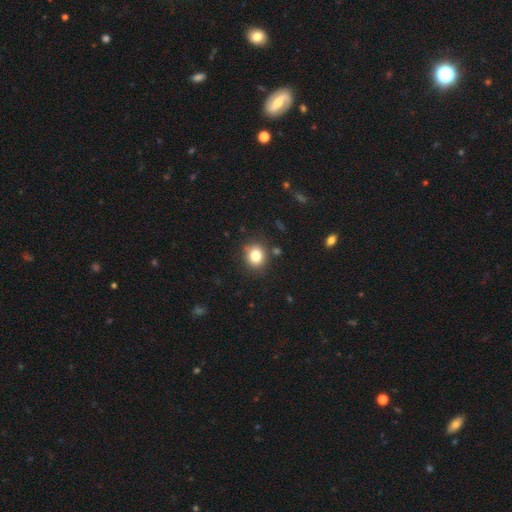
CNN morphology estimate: A smooth galaxy with no disk features (82%) that is round (77%). Merging: none (83%).